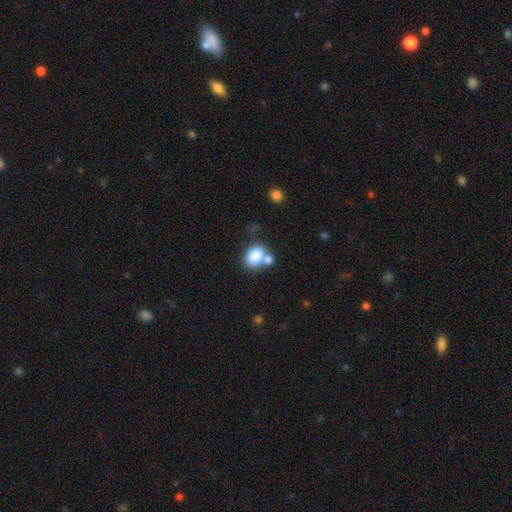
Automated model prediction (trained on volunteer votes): smooth-or-featured: smooth: 81% | featured or disk: 10% | star or artifact: 9%
  how-rounded: in between: 63% | round: 36% | cigar-shaped: 1%
  merging: none: 46% | merger: 37% | minor disturbance: 12% | major disturbance: 5%